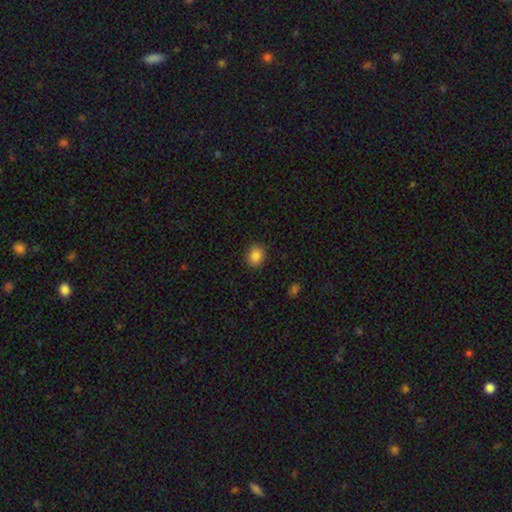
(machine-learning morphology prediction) This appears to be a smooth galaxy with no disk features (86%) that is round (70%). Merging: none (89%).